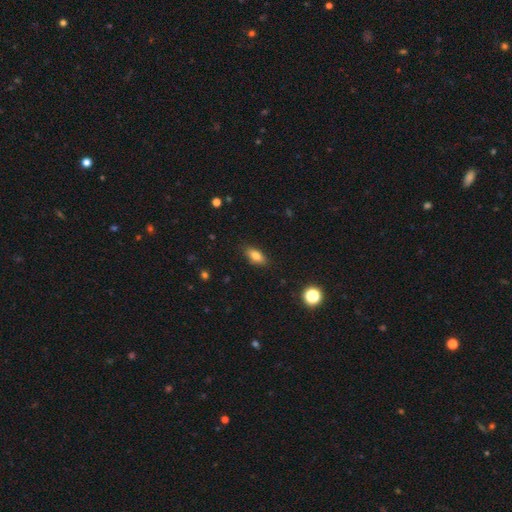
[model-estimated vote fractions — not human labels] Morphology: type=smooth (80%); roundness=in between (83%); merging=none (86%).